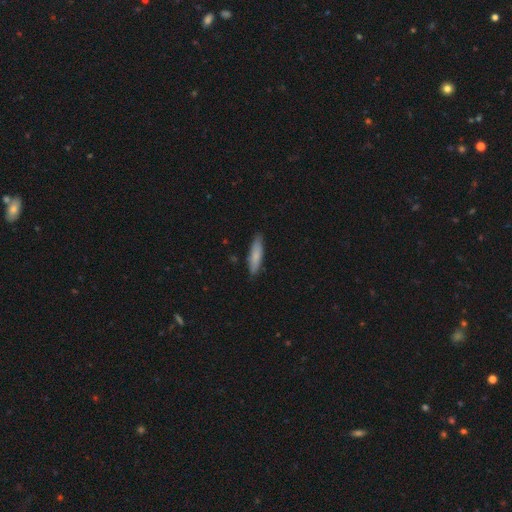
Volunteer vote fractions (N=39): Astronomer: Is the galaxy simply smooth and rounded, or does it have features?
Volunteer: smooth — 56% (runner-up: featured or disk, 36%).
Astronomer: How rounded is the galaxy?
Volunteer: cigar-shaped — 64%.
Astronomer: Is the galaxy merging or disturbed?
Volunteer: none — 75%.